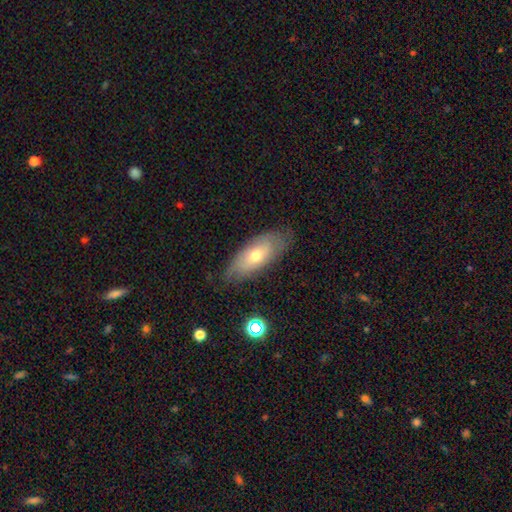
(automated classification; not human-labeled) Q: Smooth or featured?
A: smooth (59%); runner-up: featured or disk (34%)
Q: How rounded?
A: in between (79%); runner-up: cigar-shaped (18%)
Q: Merging?
A: none (76%); runner-up: minor disturbance (19%)